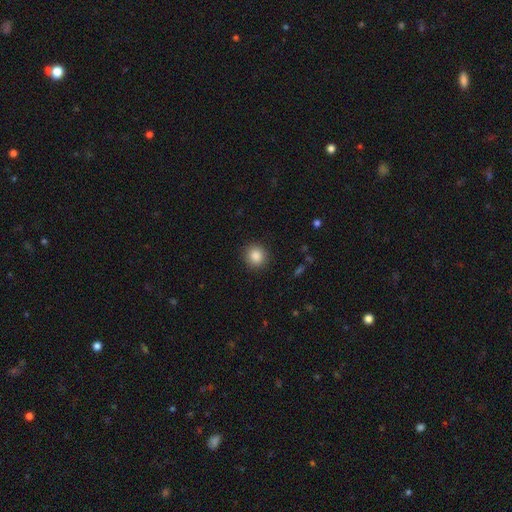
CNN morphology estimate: Overall: smooth (87%). How rounded: round (90%). Merging: none (90%).